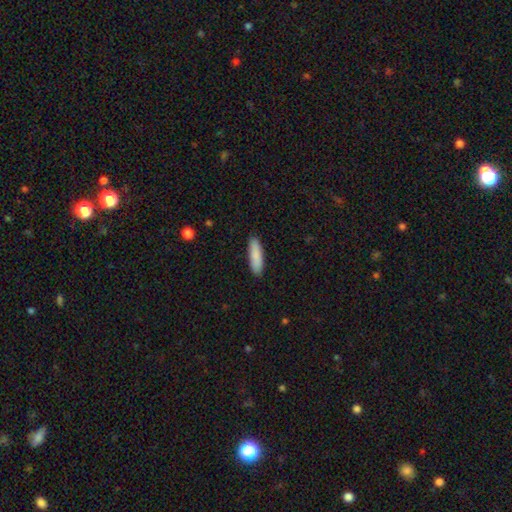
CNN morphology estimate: A smooth galaxy with no disk features (87%) that is cigar-shaped (63%). Merging: none (88%).